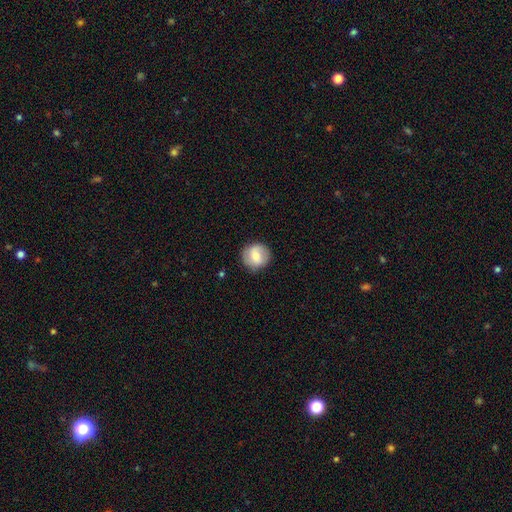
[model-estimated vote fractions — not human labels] Overall: smooth (68%). How rounded: round (90%). Merging: none (86%).